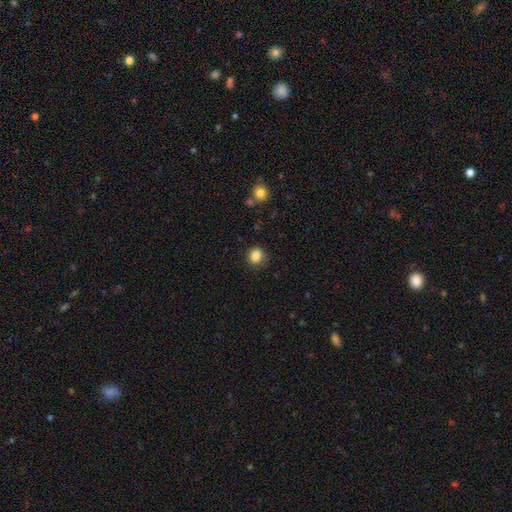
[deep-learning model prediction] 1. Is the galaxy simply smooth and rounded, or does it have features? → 85% smooth, 10% star or artifact, 4% featured or disk.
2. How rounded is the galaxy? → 73% round, 26% in between, 1% cigar-shaped.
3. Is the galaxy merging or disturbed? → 82% none, 13% minor disturbance, 3% major disturbance, 2% merger.